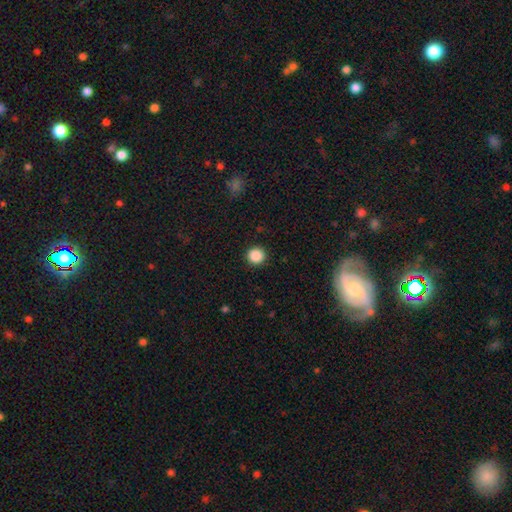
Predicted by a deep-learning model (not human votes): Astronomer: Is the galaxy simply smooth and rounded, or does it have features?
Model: smooth — 87%.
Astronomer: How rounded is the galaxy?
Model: round — 94%.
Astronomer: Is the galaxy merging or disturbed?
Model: none — 92%.